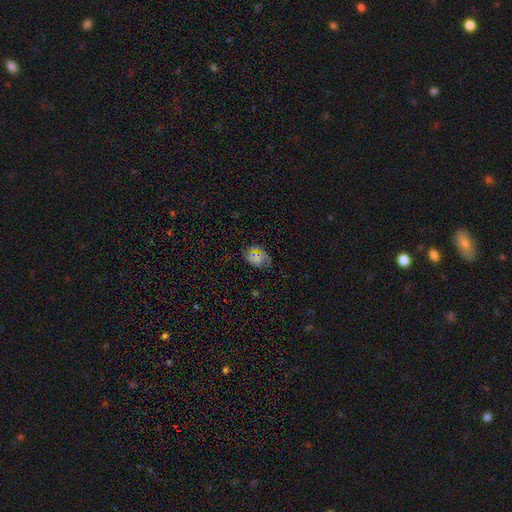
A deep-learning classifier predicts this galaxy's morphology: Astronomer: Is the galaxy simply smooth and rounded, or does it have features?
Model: smooth — 58%.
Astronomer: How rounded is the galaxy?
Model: in between — 72%.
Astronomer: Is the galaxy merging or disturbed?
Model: none — 69%.